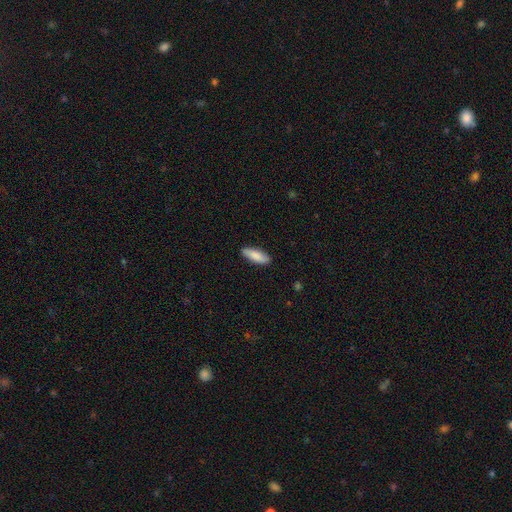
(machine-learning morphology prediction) Smooth or featured? Predicted: smooth (p=0.84). How rounded? Predicted: in between (p=0.60). Merging? Predicted: none (p=0.87).